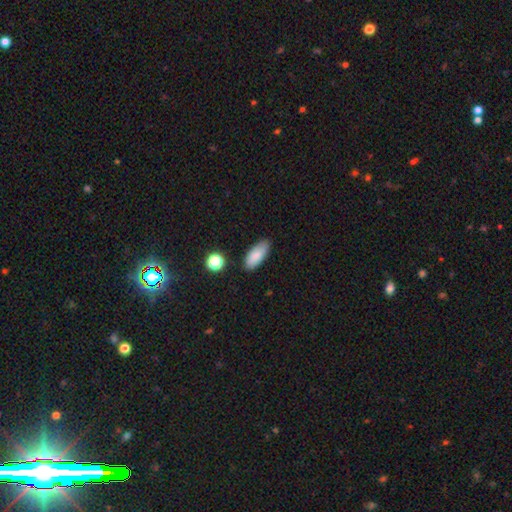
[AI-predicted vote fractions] smooth-or-featured: smooth: 84% | featured or disk: 8% | star or artifact: 7%
  how-rounded: in between: 85% | cigar-shaped: 13% | round: 2%
  merging: none: 82% | minor disturbance: 13% | major disturbance: 3% | merger: 2%